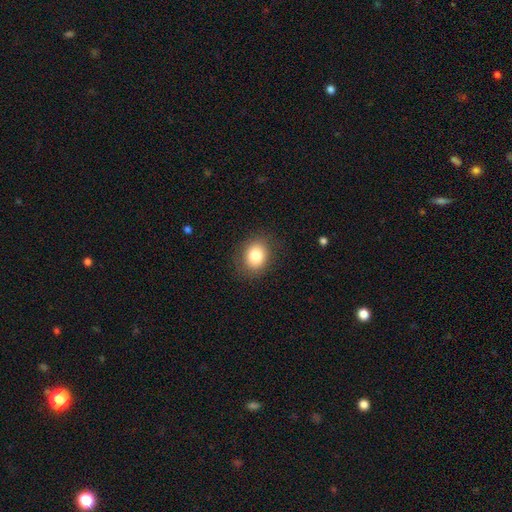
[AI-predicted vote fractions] A smooth galaxy with no disk features (82%) that is round (52%).

Vote fractions:
- Smooth or featured? smooth: 82% / star or artifact: 9% / featured or disk: 8%
- How rounded? round: 52% / in between: 47% / cigar-shaped: 1%
- Merging? none: 85% / minor disturbance: 10% / major disturbance: 4% / merger: 1%